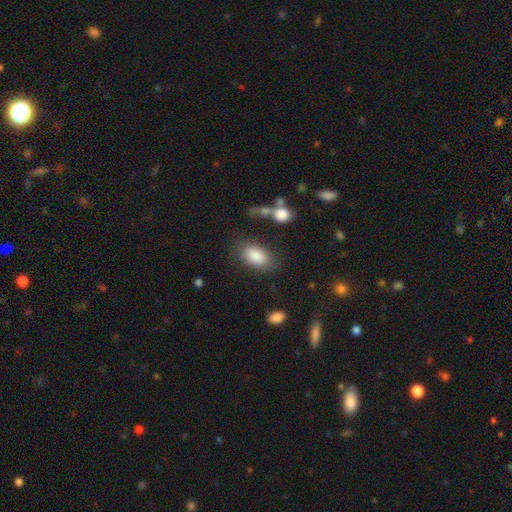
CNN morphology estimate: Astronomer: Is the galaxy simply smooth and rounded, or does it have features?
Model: smooth — 86%.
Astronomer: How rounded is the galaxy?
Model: in between — 90%.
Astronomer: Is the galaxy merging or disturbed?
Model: none — 72%.